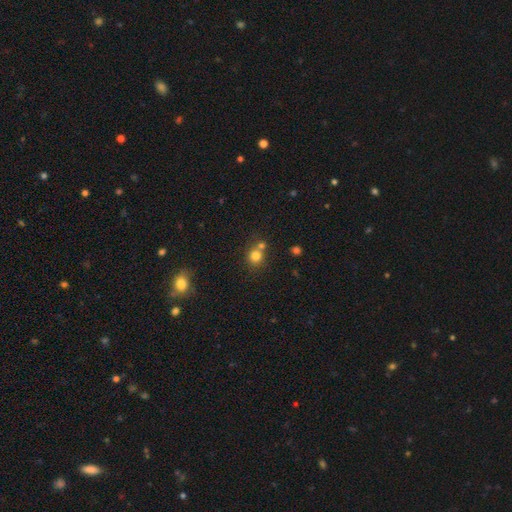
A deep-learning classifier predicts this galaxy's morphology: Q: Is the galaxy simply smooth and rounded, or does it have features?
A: smooth — 79%.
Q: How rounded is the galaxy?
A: round — 87%.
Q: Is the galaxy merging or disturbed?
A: none — 57%.